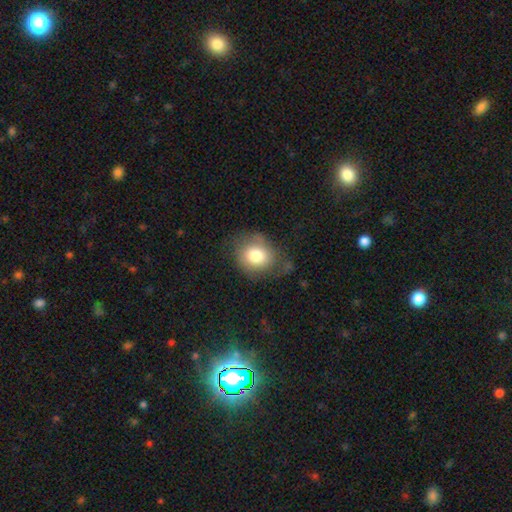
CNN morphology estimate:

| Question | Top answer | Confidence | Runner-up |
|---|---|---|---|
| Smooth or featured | smooth | 77% | featured or disk (15%) |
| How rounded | round | 63% | in between (37%) |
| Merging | none | 61% | minor disturbance (26%) |